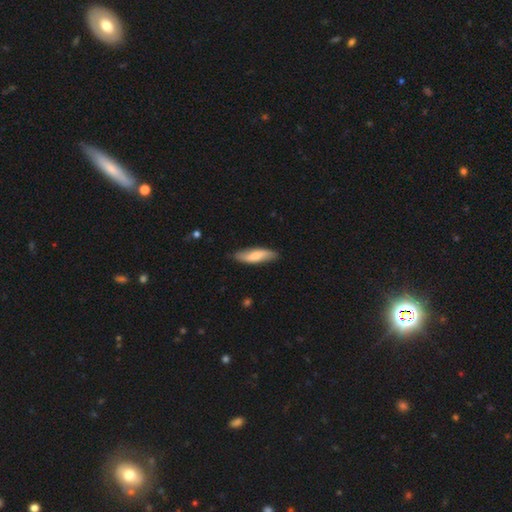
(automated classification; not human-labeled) A smooth galaxy with no disk features (64%) that is cigar-shaped (56%). Merging: none (82%).